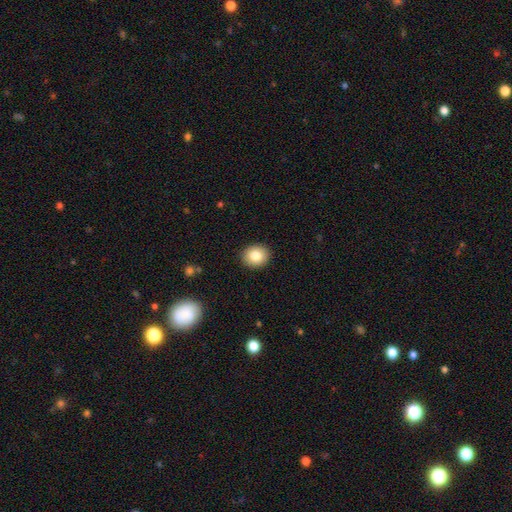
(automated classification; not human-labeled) Morphology: type=smooth (83%); roundness=round (65%); merging=none (91%).